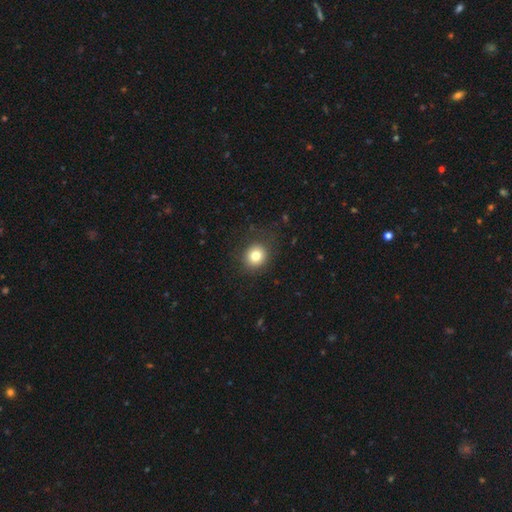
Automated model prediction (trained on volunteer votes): A smooth galaxy with no disk features (80%) that is round (82%). Merging: none (85%).